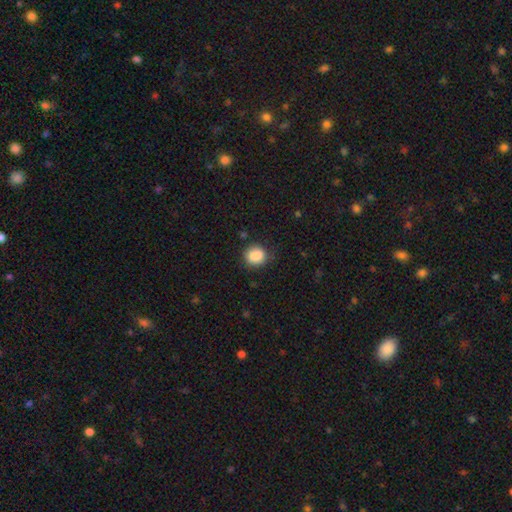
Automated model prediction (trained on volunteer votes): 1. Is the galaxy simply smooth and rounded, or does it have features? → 87% smooth, 9% star or artifact, 4% featured or disk.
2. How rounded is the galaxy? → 78% round, 22% in between, 1% cigar-shaped.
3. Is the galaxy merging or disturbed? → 82% none, 13% minor disturbance, 4% major disturbance, 1% merger.